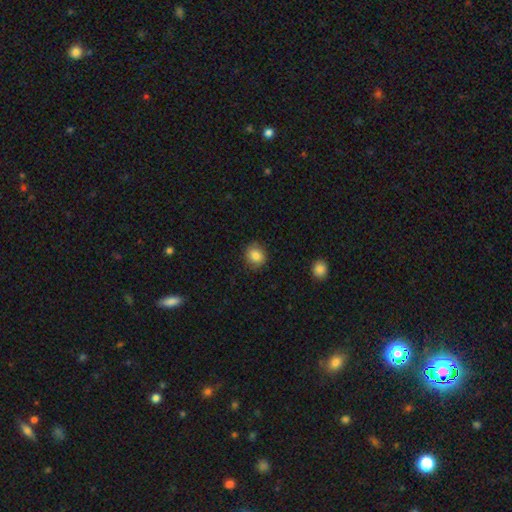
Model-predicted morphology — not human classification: This is clearly a smooth galaxy (85%). How rounded: likely round (78%). Merging: clearly none (85%).